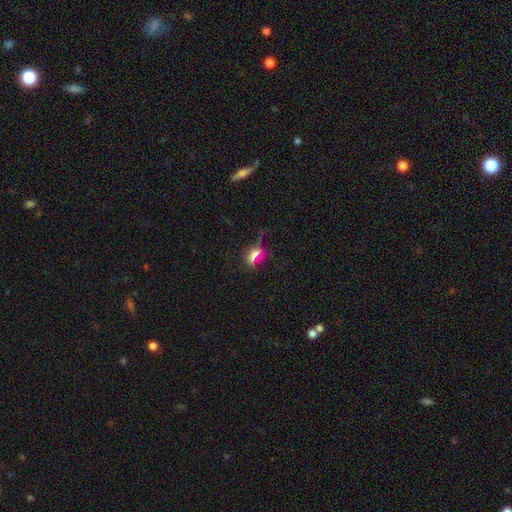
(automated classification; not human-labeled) The model was most divided on "how rounded": in between: 51%, round: 38%, cigar-shaped: 11%. More confident: merging — none (70%); smooth or featured — smooth (57%).